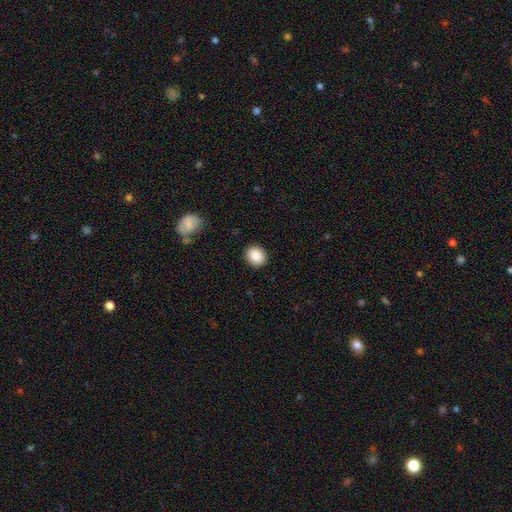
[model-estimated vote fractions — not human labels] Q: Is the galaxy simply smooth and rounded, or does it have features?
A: smooth — 88%.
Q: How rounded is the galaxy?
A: round — 69%.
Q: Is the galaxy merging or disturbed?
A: none — 90%.